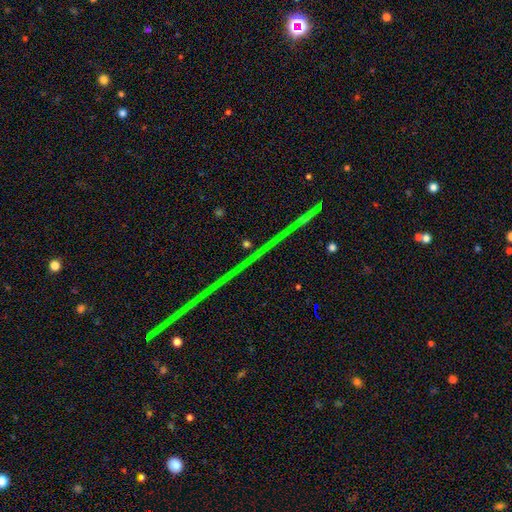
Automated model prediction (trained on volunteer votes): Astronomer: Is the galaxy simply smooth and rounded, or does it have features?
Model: star or artifact — 81%.